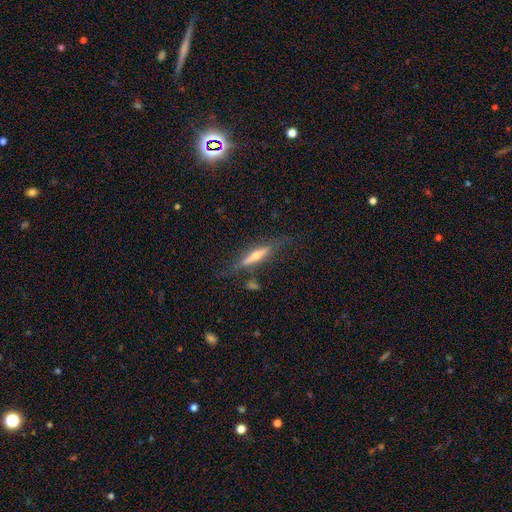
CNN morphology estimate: This appears to be a featured or disk galaxy (61%) viewed edge-on (92%) with a rounded central bulge (80%). Merging: none (73%).